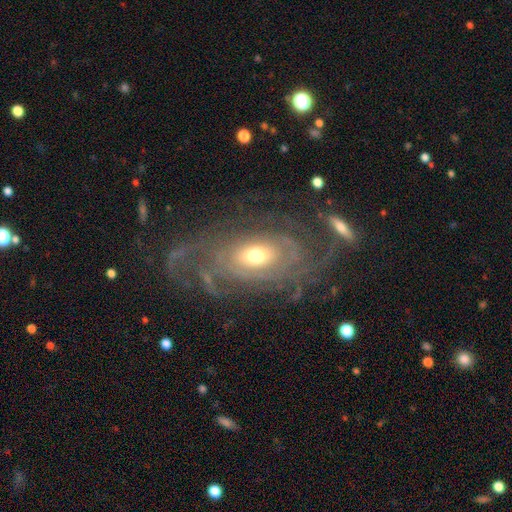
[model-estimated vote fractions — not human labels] Q: Smooth or featured?
A: featured or disk (80%); runner-up: smooth (13%)
Q: Edge-on disk?
A: no (93%); runner-up: yes (7%)
Q: Bar?
A: no (76%); runner-up: weak (17%)
Q: Spiral arms?
A: yes (83%); runner-up: no (17%)
Q: Spiral winding?
A: tight (60%); runner-up: medium (25%)
Q: Spiral arm count?
A: can't tell (44%); runner-up: 2 (16%)
Q: Bulge size?
A: moderate (64%); runner-up: small (23%)
Q: Merging?
A: none (61%); runner-up: major disturbance (19%)